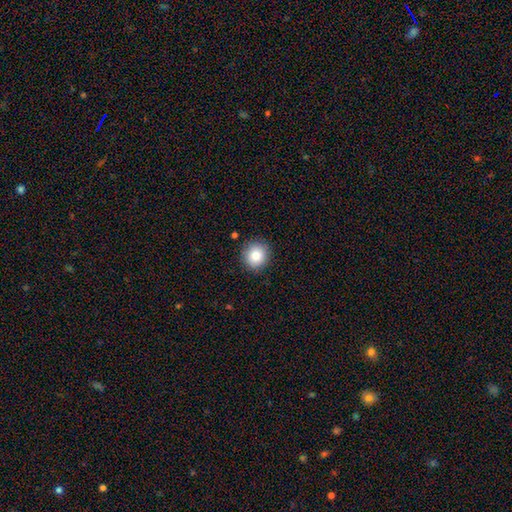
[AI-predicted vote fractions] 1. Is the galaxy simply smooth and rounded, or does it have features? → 81% smooth, 10% star or artifact, 9% featured or disk.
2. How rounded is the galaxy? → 91% round, 8% in between, 1% cigar-shaped.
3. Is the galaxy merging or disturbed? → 89% none, 7% minor disturbance, 2% major disturbance, 1% merger.